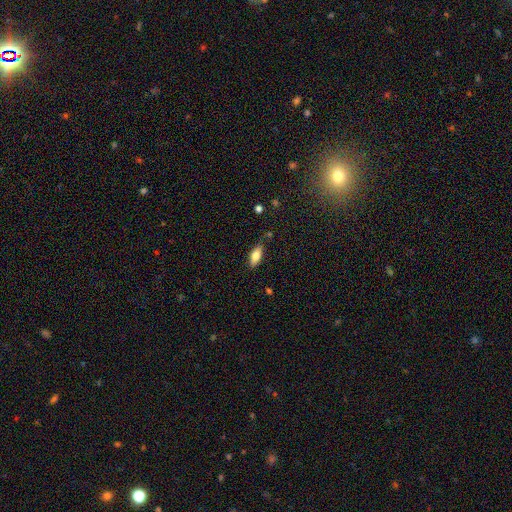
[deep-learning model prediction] smooth_or_featured: smooth (p=0.70) [alt: featured or disk p=0.23]
how_rounded: in between (p=0.76) [alt: cigar-shaped p=0.21]
merging: none (p=0.77) [alt: minor disturbance p=0.17]